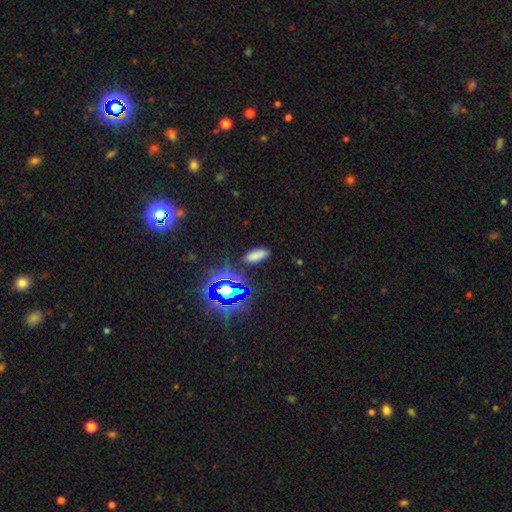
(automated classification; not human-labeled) Smooth or featured: smooth — 69% (star or artifact — 24%)
How rounded: in between — 82% (cigar-shaped — 15%)
Merging: none — 85% (minor disturbance — 10%)